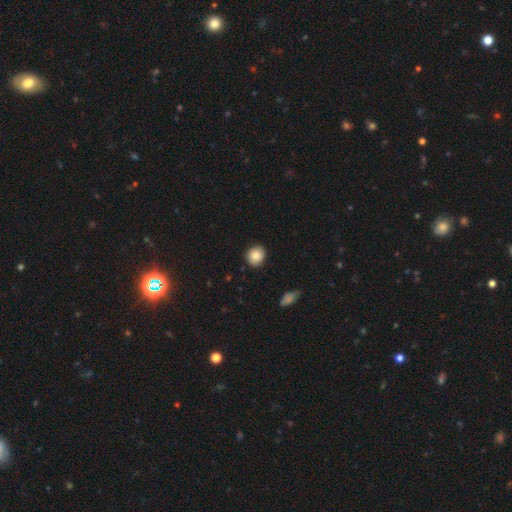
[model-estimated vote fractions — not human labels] Morphology: type=smooth (85%); roundness=round (77%); merging=none (87%).